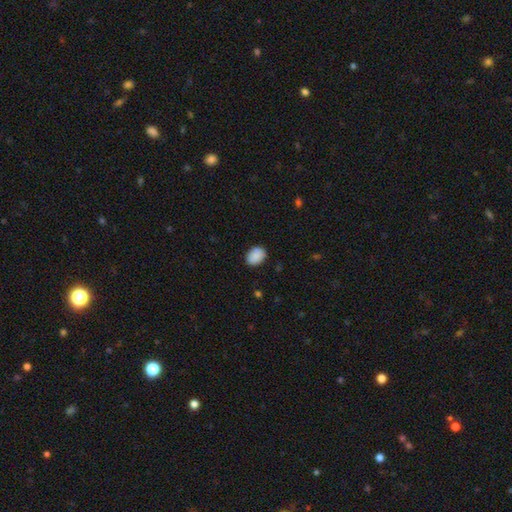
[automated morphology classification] Smooth or featured? Predicted: smooth (p=0.89). How rounded? Predicted: in between (p=0.77). Merging? Predicted: none (p=0.84).